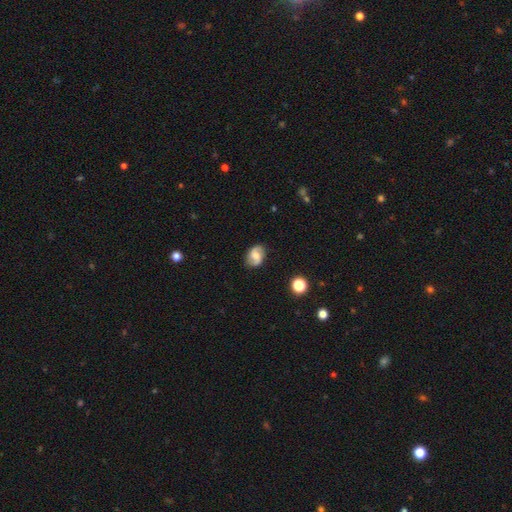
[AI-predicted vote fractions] featured or disk 53%, smooth 38%, star or artifact 9%. Down the decision tree: edge-on disk — no (97%); bar — weak (47%); spiral arms — yes (86%); bulge size — moderate (50%); merging — none (82%).